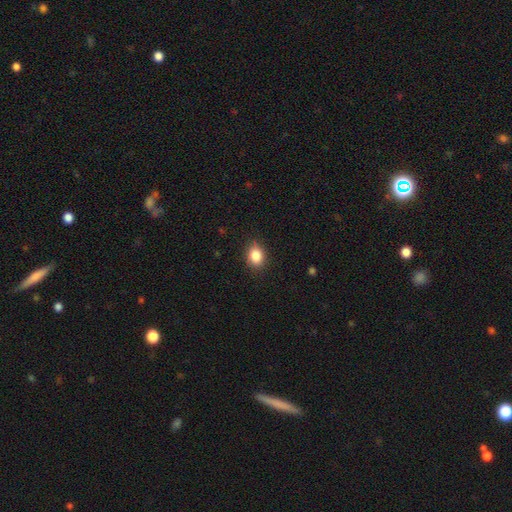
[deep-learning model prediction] The model was most divided on "how rounded": in between: 61%, round: 38%, cigar-shaped: 1%. More confident: merging — none (86%); smooth or featured — smooth (85%).